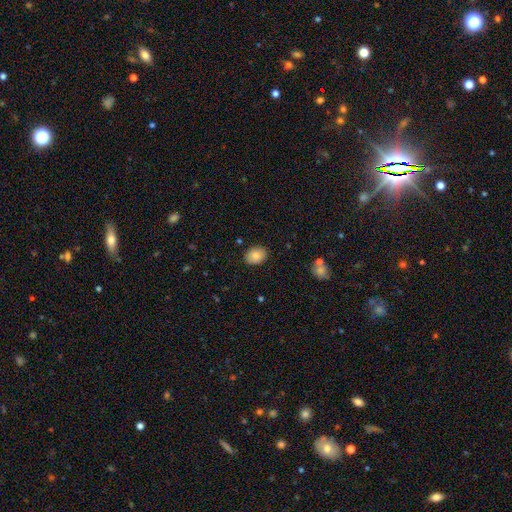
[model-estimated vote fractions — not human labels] Smooth or featured? Predicted: smooth (p=0.82). How rounded? Predicted: in between (p=0.61). Merging? Predicted: none (p=0.88).